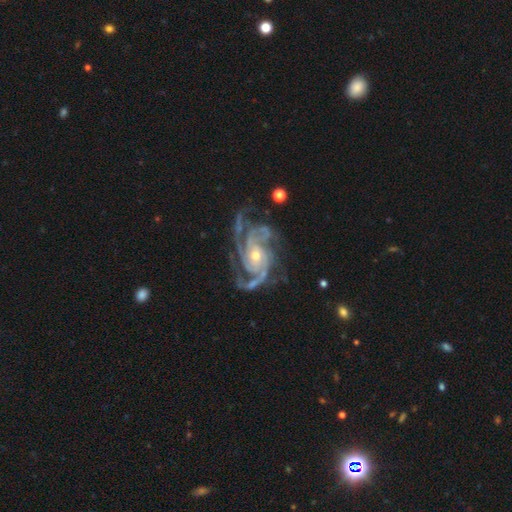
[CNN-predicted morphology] A featured or disk galaxy (93%) with no bar (68%), 3 (41%) tight (53%) spiral arms (99%) and a small central bulge (54%). Merging: none (66%).